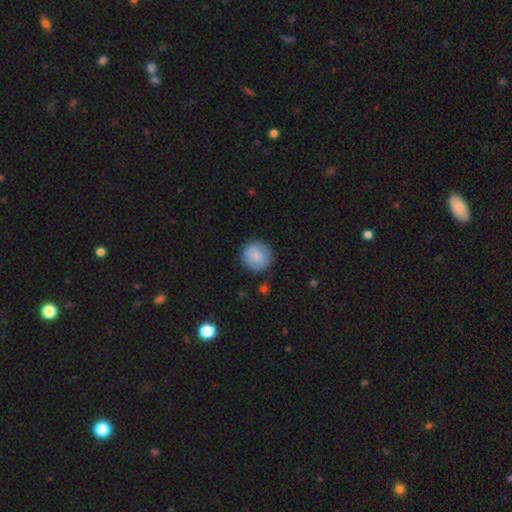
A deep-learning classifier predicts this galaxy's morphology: type=smooth (81%); roundness=round (92%); merging=none (83%).